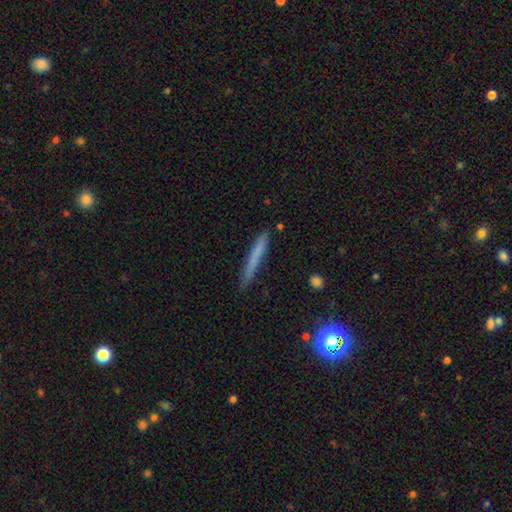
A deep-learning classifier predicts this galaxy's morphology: Smooth or featured: smooth — 68% (featured or disk — 24%)
How rounded: cigar-shaped — 96% (in between — 3%)
Merging: none — 83% (minor disturbance — 13%)